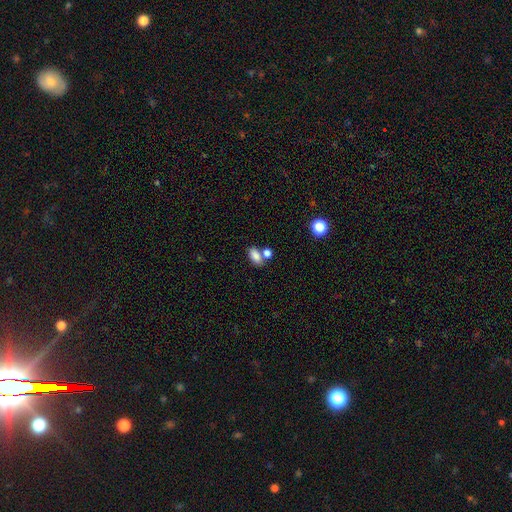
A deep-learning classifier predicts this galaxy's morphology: smooth_or_featured: smooth (p=0.82) [alt: star or artifact p=0.10]
how_rounded: in between (p=0.87) [alt: round p=0.09]
merging: none (p=0.48) [alt: merger p=0.36]